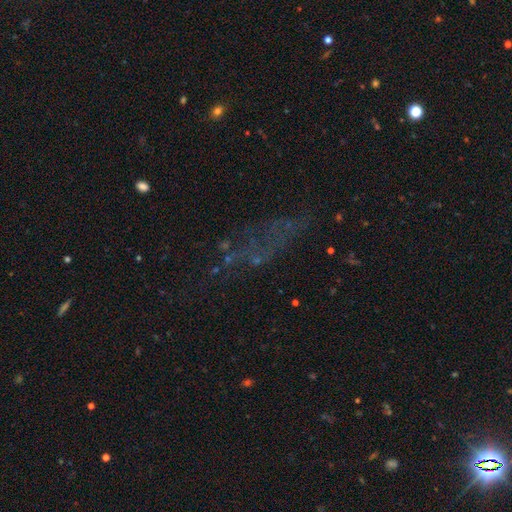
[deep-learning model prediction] smooth_or_featured: star or artifact (p=0.48) [alt: smooth p=0.26]